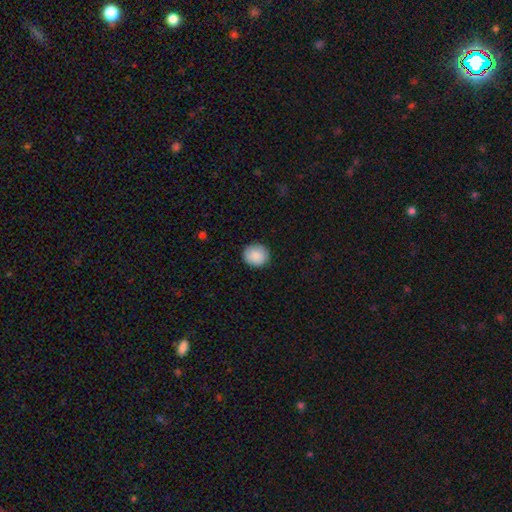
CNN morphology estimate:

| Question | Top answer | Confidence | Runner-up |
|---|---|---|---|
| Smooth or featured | smooth | 90% | star or artifact (7%) |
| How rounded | round | 86% | in between (13%) |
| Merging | none | 90% | minor disturbance (7%) |